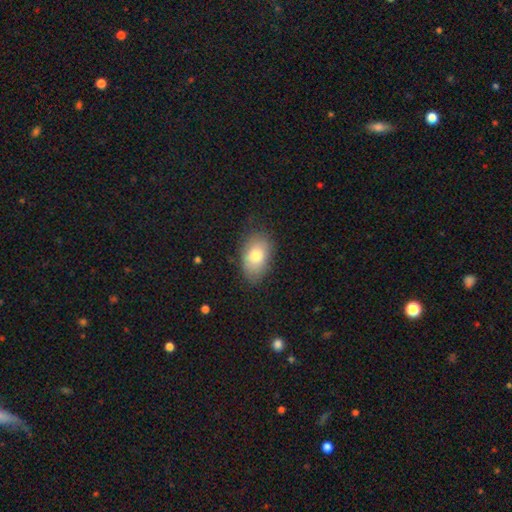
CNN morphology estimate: type=smooth (78%); roundness=in between (88%); merging=none (77%).